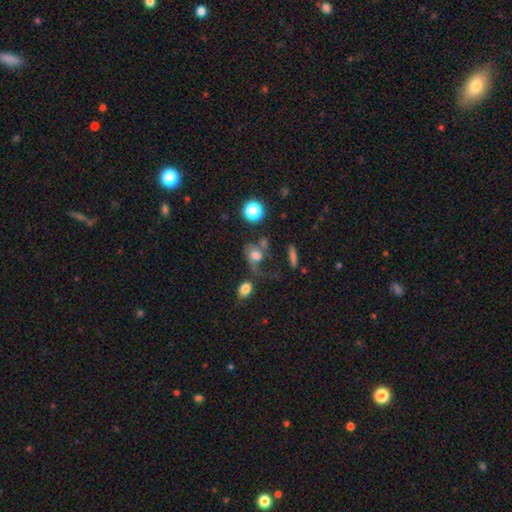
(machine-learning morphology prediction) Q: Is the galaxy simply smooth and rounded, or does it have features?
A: smooth — 55%.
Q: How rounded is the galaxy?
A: in between — 51%.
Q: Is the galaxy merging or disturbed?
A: major disturbance — 33%.